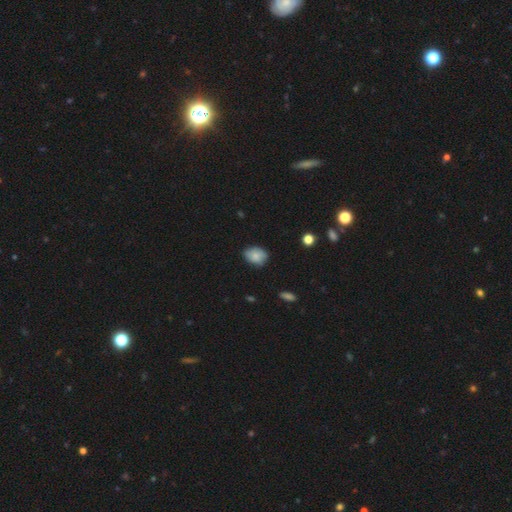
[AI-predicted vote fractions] smooth 81%, featured or disk 11%, star or artifact 8%. Down the decision tree: how rounded — in between (62%); merging — none (74%).